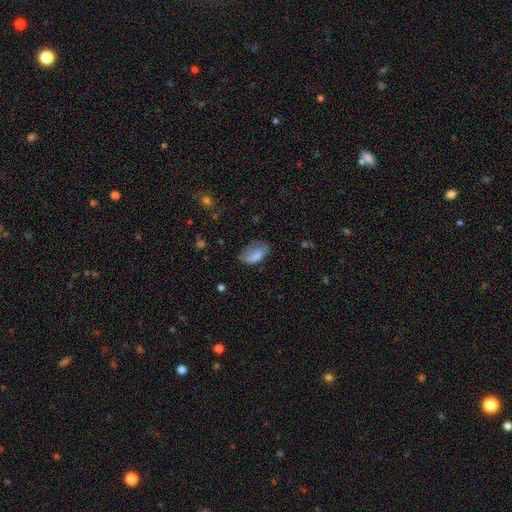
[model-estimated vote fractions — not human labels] Smooth or featured? smooth (70%)
How rounded? in between (90%)
Merging? none (43%)